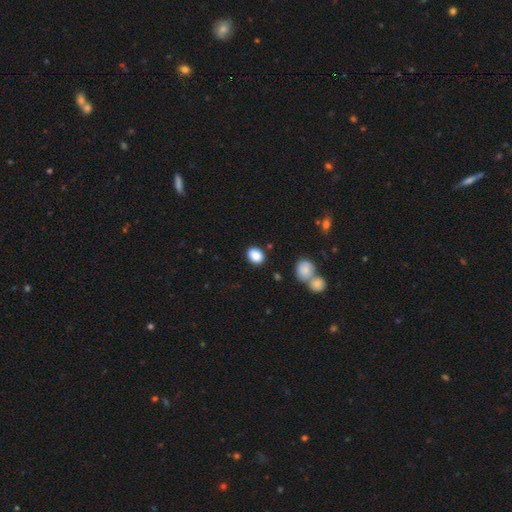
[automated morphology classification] Smooth or featured? smooth (87%)
How rounded? in between (59%)
Merging? none (84%)